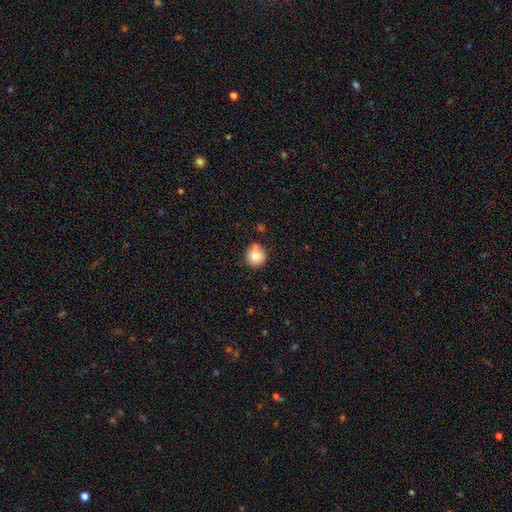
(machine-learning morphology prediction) Smooth or featured: smooth — 84% (star or artifact — 9%)
How rounded: round — 91% (in between — 8%)
Merging: none — 74% (minor disturbance — 19%)